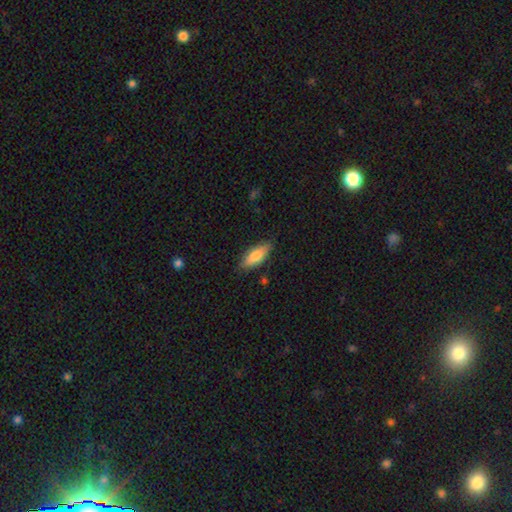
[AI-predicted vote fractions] A smooth galaxy with no disk features (79%) that is in between round and cigar-shaped (68%). Merging: none (83%).